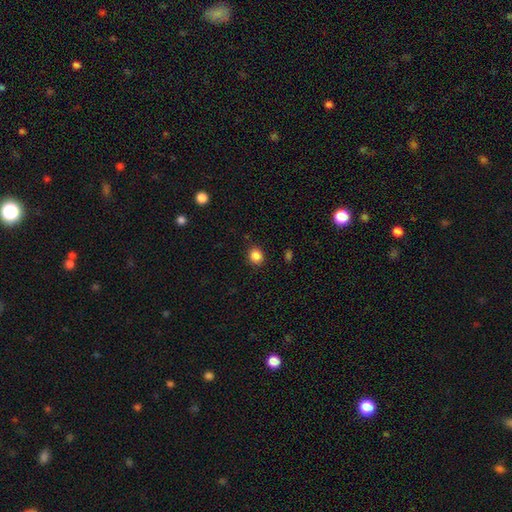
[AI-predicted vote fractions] smooth 86%, star or artifact 10%, featured or disk 3%. Down the decision tree: how rounded — round (76%); merging — none (89%).